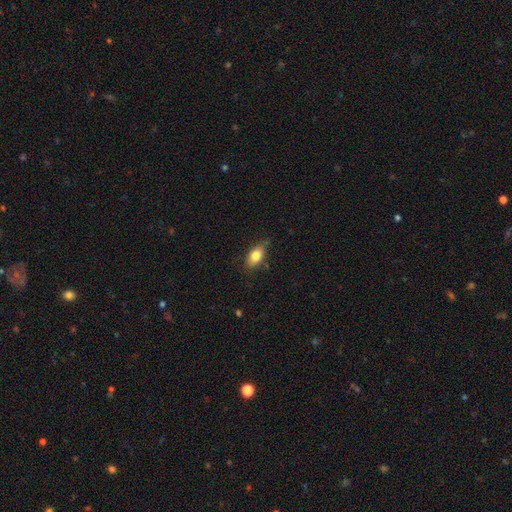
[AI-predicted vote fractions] Morphology: type=smooth (77%); roundness=in between (84%); merging=none (67%).